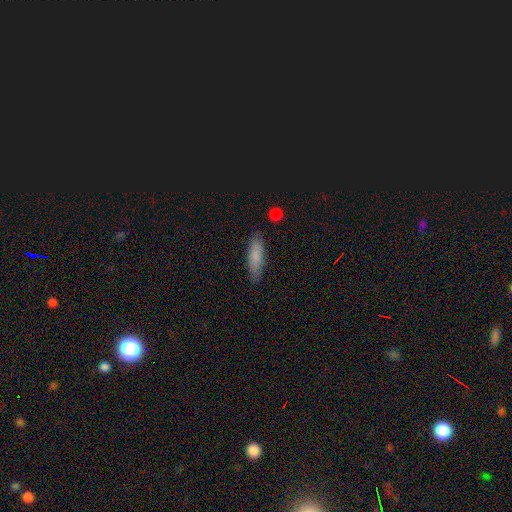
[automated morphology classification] Smooth or featured? smooth (81%)
How rounded? cigar-shaped (61%)
Merging? none (81%)